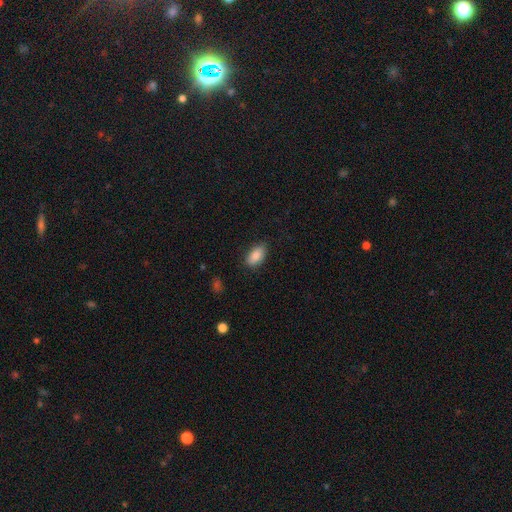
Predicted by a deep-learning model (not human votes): A smooth galaxy with no disk features (87%) that is in between round and cigar-shaped (93%).

Vote fractions:
- Smooth or featured? smooth: 87% / star or artifact: 7% / featured or disk: 6%
- How rounded? in between: 93% / round: 4% / cigar-shaped: 4%
- Merging? none: 85% / minor disturbance: 11% / major disturbance: 3% / merger: 1%